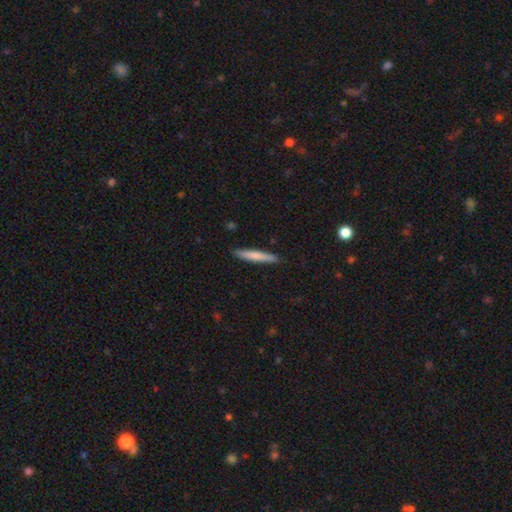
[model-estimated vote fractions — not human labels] A smooth galaxy with no disk features (75%) that is cigar-shaped (94%).

Vote fractions:
- Smooth or featured? smooth: 75% / featured or disk: 20% / star or artifact: 5%
- How rounded? cigar-shaped: 94% / in between: 4% / round: 1%
- Merging? none: 90% / minor disturbance: 8% / major disturbance: 1% / merger: 1%